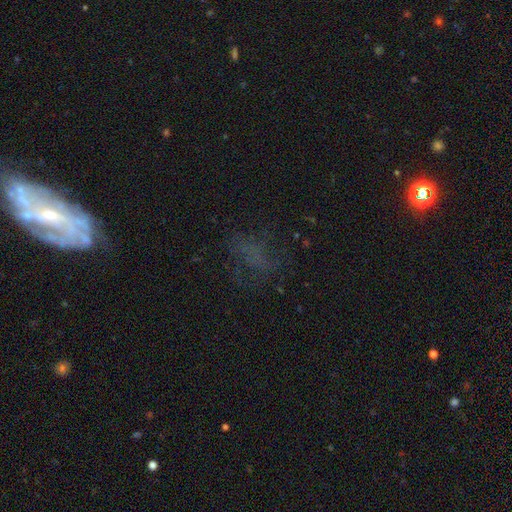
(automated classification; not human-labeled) Smooth or featured? Predicted: star or artifact (p=0.38).